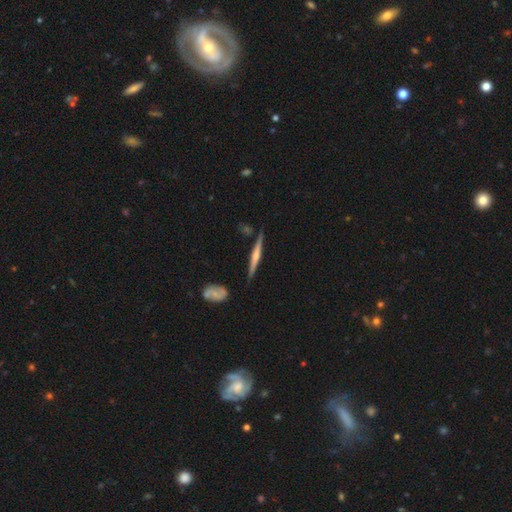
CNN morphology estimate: Smooth or featured? featured or disk (70%)
Edge-on disk? yes (98%)
Edge-on bulge? rounded (72%)
Merging? none (86%)